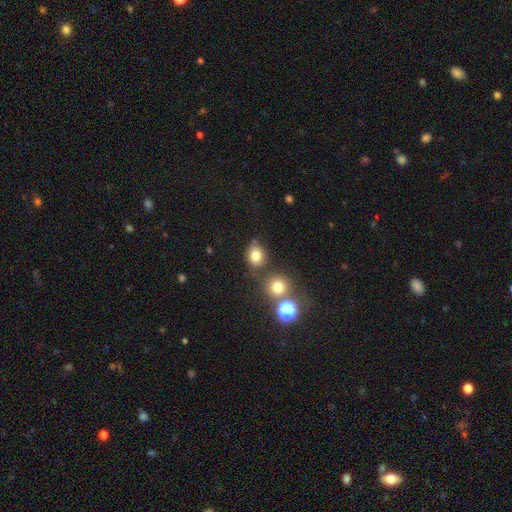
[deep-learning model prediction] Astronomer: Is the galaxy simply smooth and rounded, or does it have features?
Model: smooth — 78%.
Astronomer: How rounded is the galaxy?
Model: round — 59% (runner-up: in between, 39%).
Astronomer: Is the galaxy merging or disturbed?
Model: none — 68%.